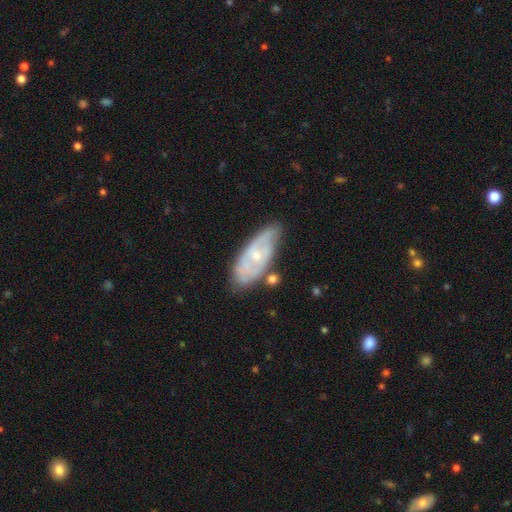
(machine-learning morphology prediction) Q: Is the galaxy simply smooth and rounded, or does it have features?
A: featured or disk — 65%.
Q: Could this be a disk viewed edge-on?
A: no — 88%.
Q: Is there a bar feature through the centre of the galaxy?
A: no — 73%.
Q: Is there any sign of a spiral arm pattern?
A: yes — 70%.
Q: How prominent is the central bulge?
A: small — 66%.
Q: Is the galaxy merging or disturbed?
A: none — 65%.